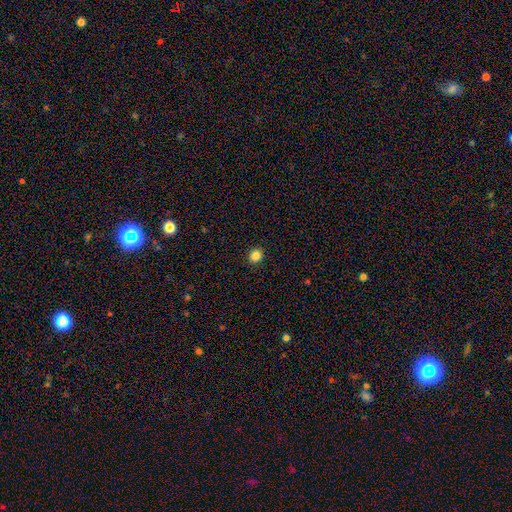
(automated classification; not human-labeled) Morphology: type=smooth (84%); roundness=round (90%); merging=none (93%).